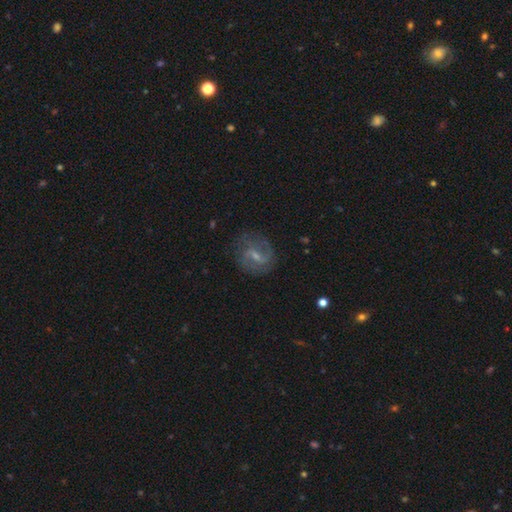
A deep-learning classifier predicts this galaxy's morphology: Smooth or featured? Predicted: featured or disk (p=0.72). Edge-on disk? Predicted: no (p=0.96). Bar? Predicted: weak (p=0.55). Spiral arms? Predicted: yes (p=0.89). Spiral winding? Predicted: medium (p=0.47). Spiral arm count? Predicted: 2 (p=0.73). Bulge size? Predicted: small (p=0.52). Merging? Predicted: none (p=0.78).